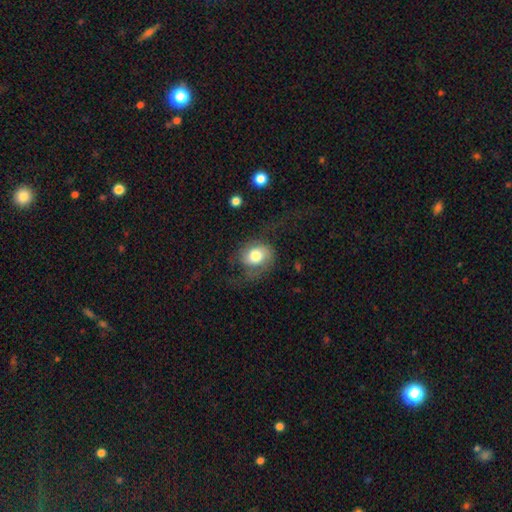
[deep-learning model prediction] Smooth or featured? Predicted: smooth (p=0.60). How rounded? Predicted: round (p=0.56). Merging? Predicted: none (p=0.45).